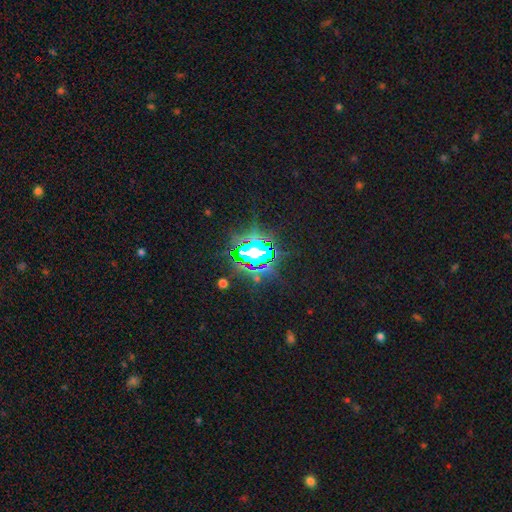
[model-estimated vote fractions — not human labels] A star or artifact, not a galaxy (75%).

Vote fractions:
- Smooth or featured? star or artifact: 75% / smooth: 13% / featured or disk: 11%